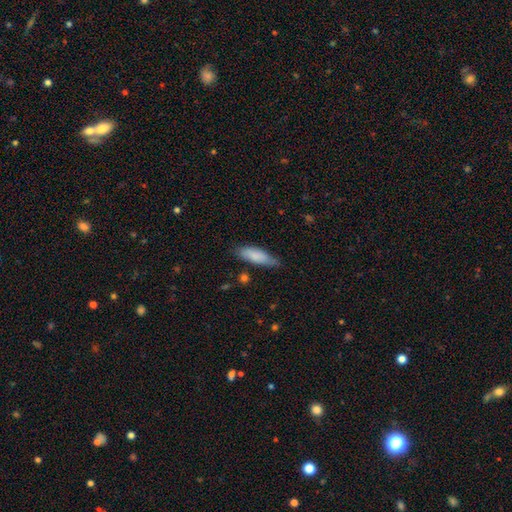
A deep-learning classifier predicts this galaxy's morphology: Smooth or featured?
  - smooth: 82% *
  - featured or disk: 13%
  - star or artifact: 6%
How rounded?
  - cigar-shaped: 50% *
  - in between: 48%
  - round: 2%
Merging?
  - none: 70% *
  - minor disturbance: 24%
  - major disturbance: 4%
  - merger: 2%